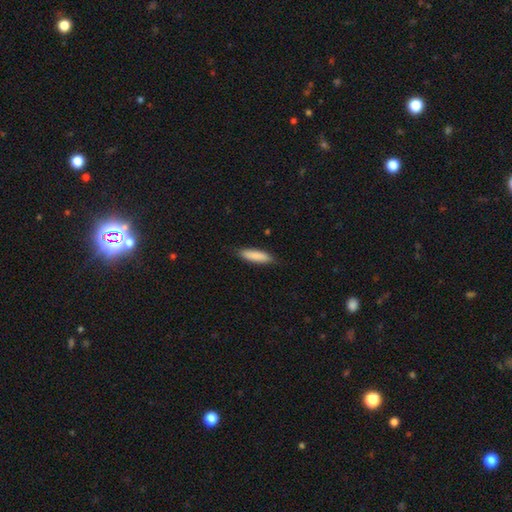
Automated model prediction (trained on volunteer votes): This is clearly a smooth galaxy (87%). How rounded: likely cigar-shaped (65%). Merging: clearly none (84%).